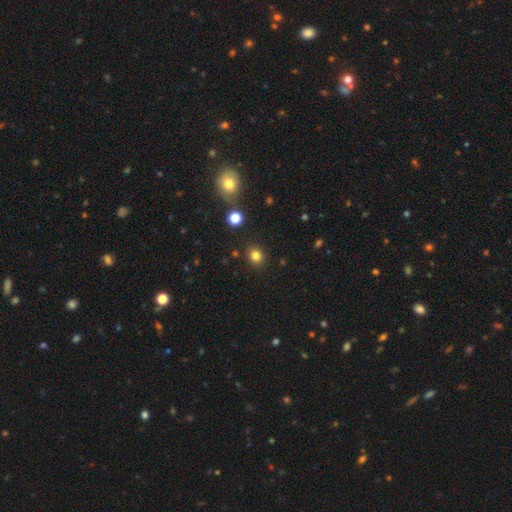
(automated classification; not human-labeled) A smooth galaxy with no disk features (81%) that is round (78%).

Vote fractions:
- Smooth or featured? smooth: 81% / star or artifact: 14% / featured or disk: 5%
- How rounded? round: 78% / in between: 21% / cigar-shaped: 1%
- Merging? none: 88% / minor disturbance: 7% / merger: 3% / major disturbance: 2%